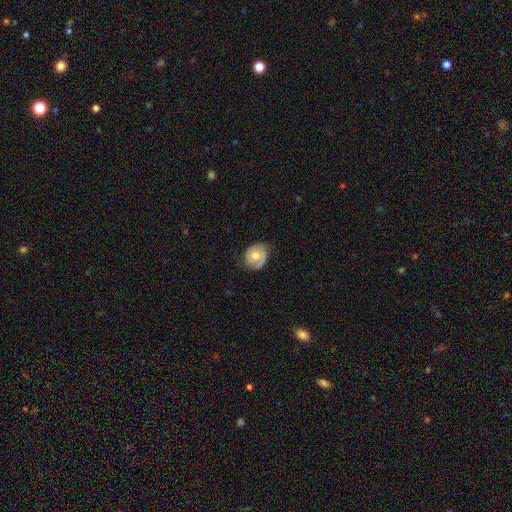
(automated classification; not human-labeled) Smooth or featured: featured or disk — 50% (smooth — 44%)
Merging: none — 64% (minor disturbance — 26%)